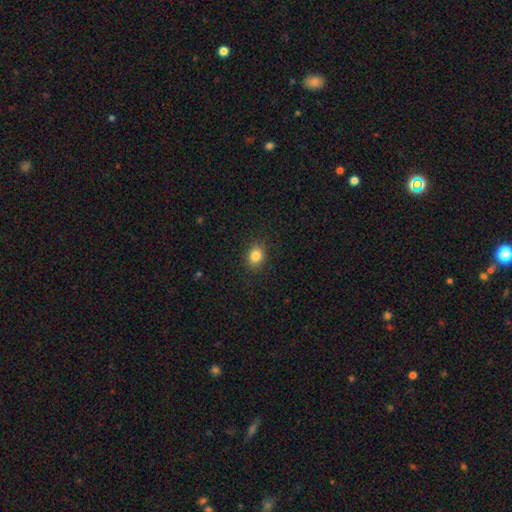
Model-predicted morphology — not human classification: A smooth galaxy with no disk features (84%) that is round (57%). Merging: none (89%).